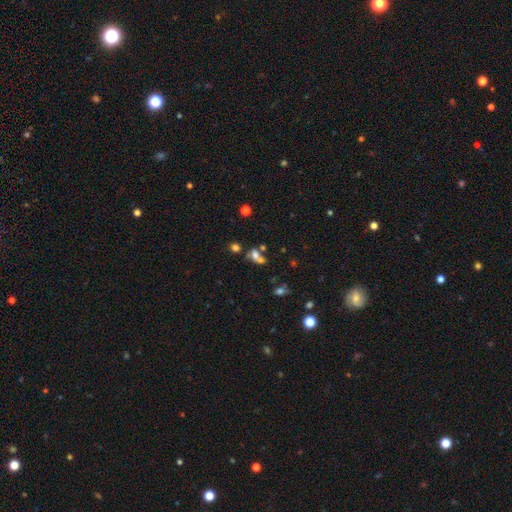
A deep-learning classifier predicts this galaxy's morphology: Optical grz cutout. It shows a smooth galaxy with no disk features (59%) that is in between round and cigar-shaped (61%). Merging: merger (50%).